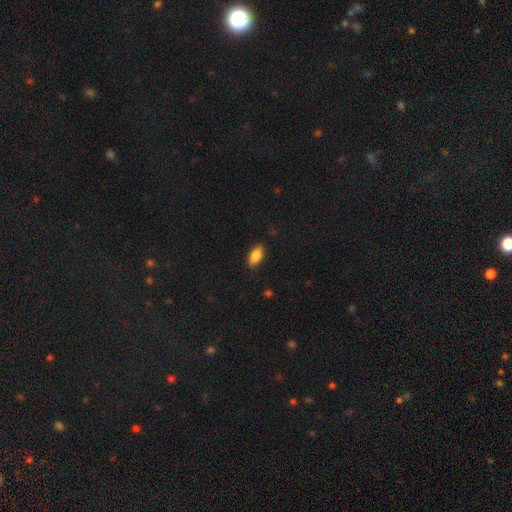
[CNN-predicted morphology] smooth 83%, featured or disk 10%, star or artifact 7%. Down the decision tree: how rounded — in between (89%); merging — none (87%).